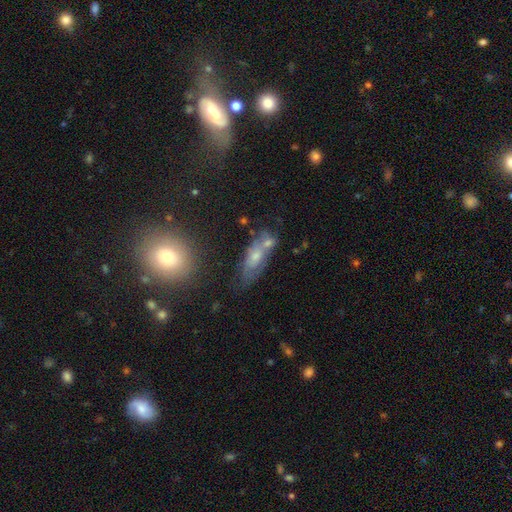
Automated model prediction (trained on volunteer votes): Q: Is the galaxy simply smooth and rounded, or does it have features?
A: smooth — 51%.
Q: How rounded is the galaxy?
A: in between — 68%.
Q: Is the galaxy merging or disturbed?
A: none — 45%.